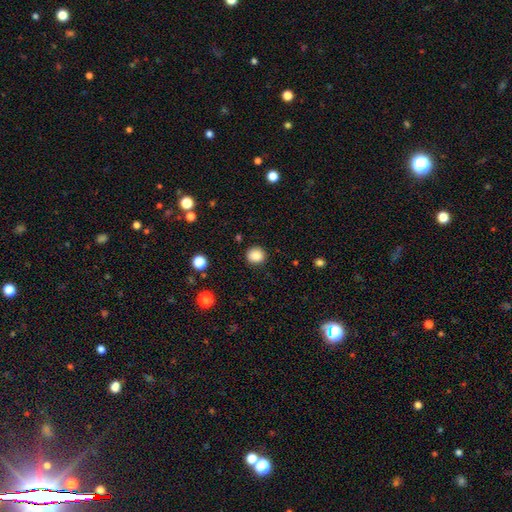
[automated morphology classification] smooth 86%, star or artifact 10%, featured or disk 4%. Down the decision tree: how rounded — round (87%); merging — none (90%).